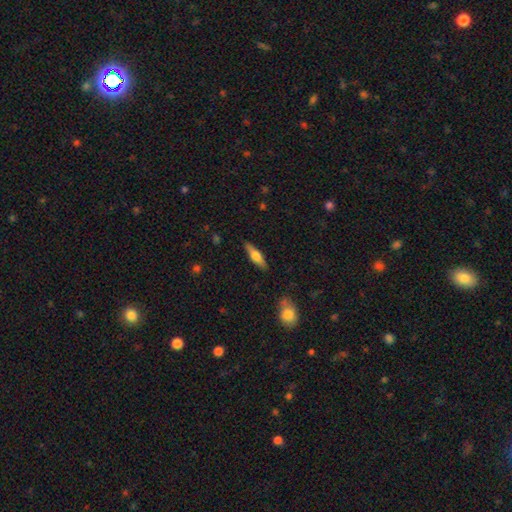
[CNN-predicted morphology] This appears to be a smooth galaxy with no disk features (51%) that is cigar-shaped (61%). Merging: none (86%).